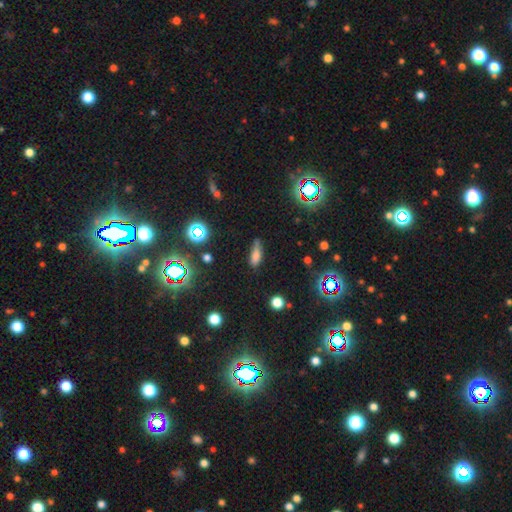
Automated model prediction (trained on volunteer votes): A smooth galaxy with no disk features (69%) that is in between round and cigar-shaped (59%). Merging: none (55%).